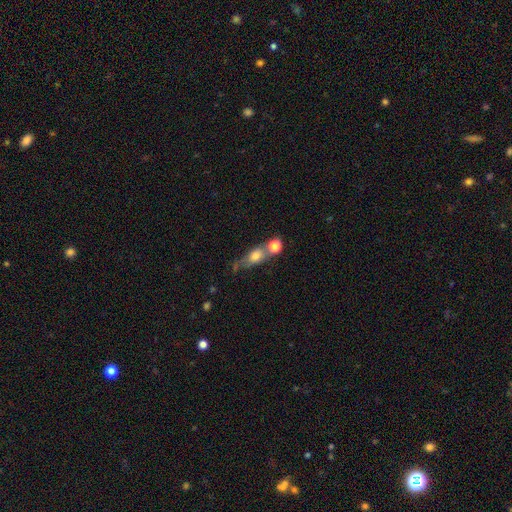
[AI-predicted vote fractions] Overall: smooth (62%; featured or disk 27%). How rounded: in between (52%; round 26%). Merging: merger (40%; none 37%).